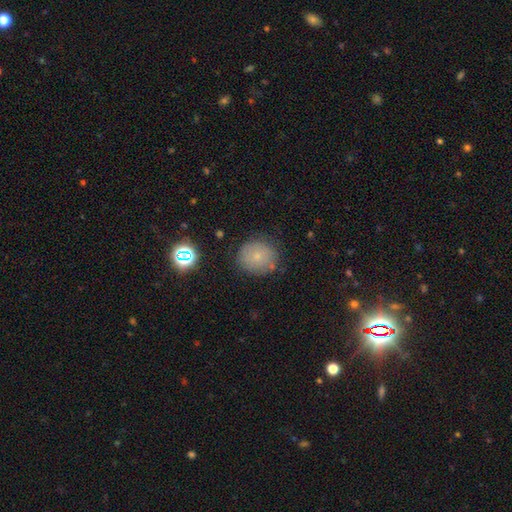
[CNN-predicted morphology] Smooth or featured? smooth (72%)
How rounded? round (85%)
Merging? none (79%)